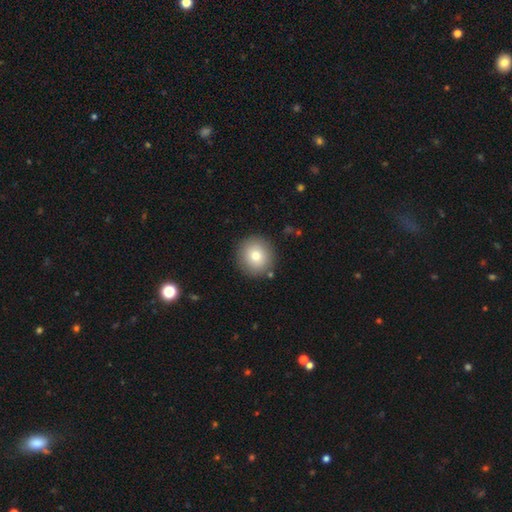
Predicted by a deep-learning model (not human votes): Smooth or featured: smooth — 79% (featured or disk — 12%)
How rounded: round — 93% (in between — 6%)
Merging: none — 88% (minor disturbance — 7%)